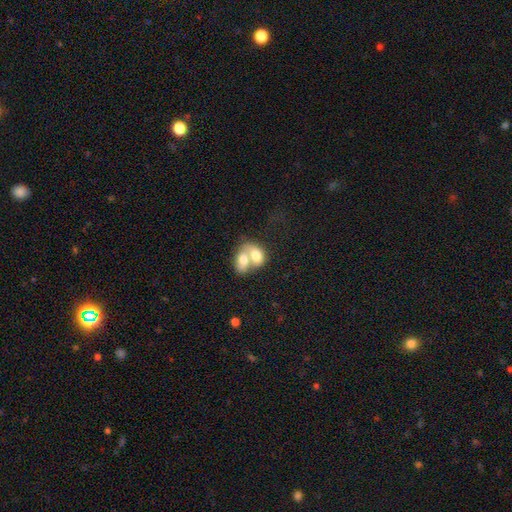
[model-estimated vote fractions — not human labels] Q: Smooth or featured?
A: smooth (71%); runner-up: featured or disk (23%)
Q: How rounded?
A: in between (77%); runner-up: round (21%)
Q: Merging?
A: merger (80%); runner-up: none (11%)